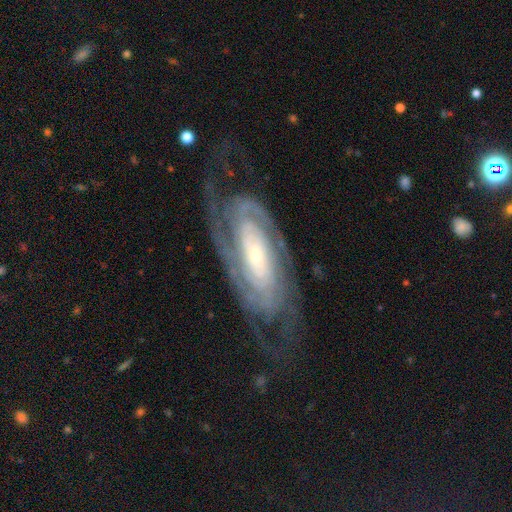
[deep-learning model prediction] This is clearly a featured or disk galaxy (89%). It is clearly not viewed edge-on (93%). Bar: possibly no (52%). Spiral arm pattern: clearly yes (97%). Spiral arm count: possibly 2 (55%). Spiral winding: likely tight (67%). Central bulge: likely small (65%). Merging: likely none (69%).